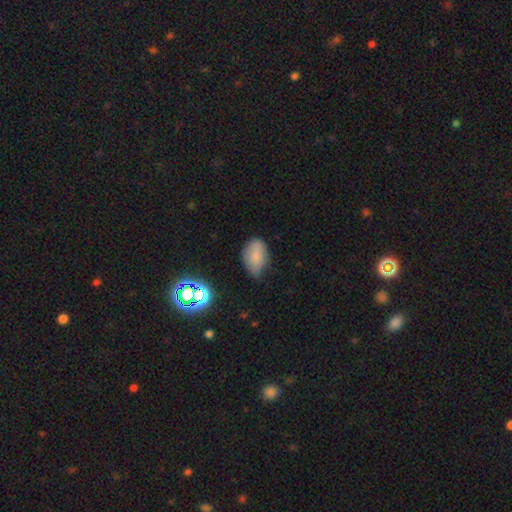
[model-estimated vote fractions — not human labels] This is likely a smooth galaxy (76%). How rounded: clearly in between (88%). Merging: possibly none (55%).